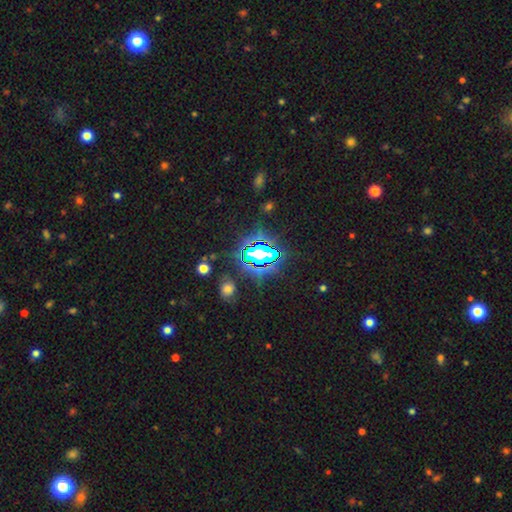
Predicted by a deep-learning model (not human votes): This appears to be a star or artifact, not a galaxy (73%).